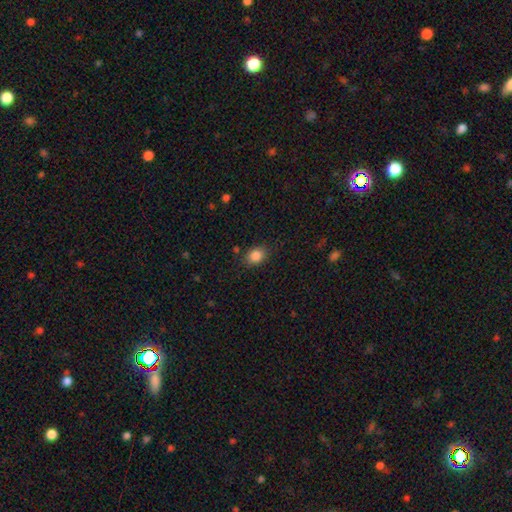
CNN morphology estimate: A smooth galaxy with no disk features (86%) that is in between round and cigar-shaped (65%). Merging: none (82%).